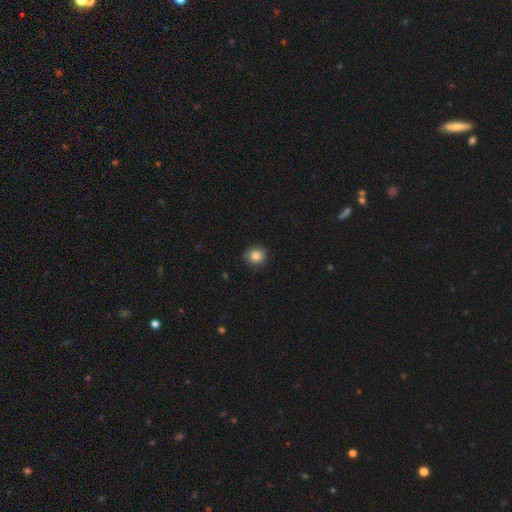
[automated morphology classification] Q: Smooth or featured?
A: smooth (85%); runner-up: star or artifact (10%)
Q: How rounded?
A: round (84%); runner-up: in between (15%)
Q: Merging?
A: none (86%); runner-up: minor disturbance (10%)